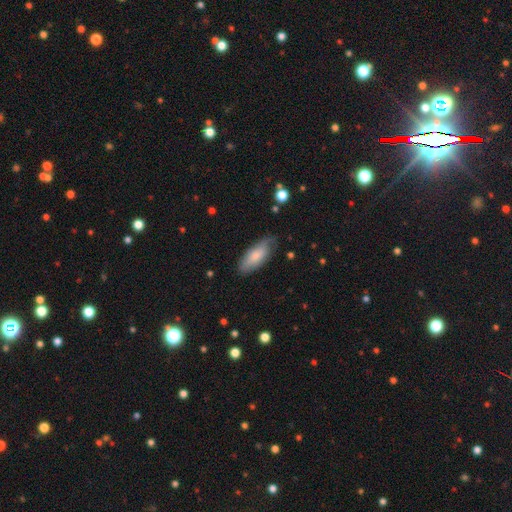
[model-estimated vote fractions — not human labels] A smooth galaxy with no disk features (71%) that is in between round and cigar-shaped (76%). Merging: none (71%).